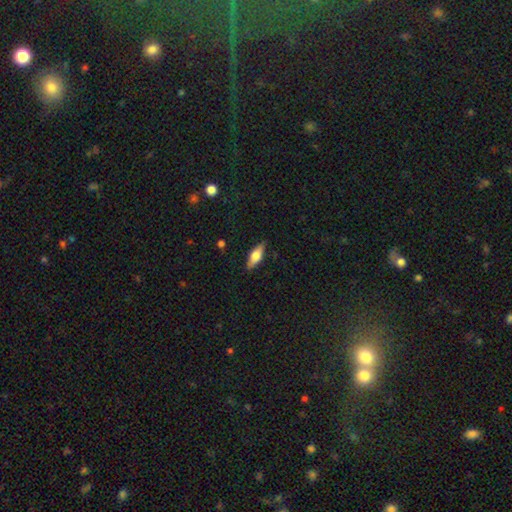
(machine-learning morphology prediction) This appears to be a smooth galaxy with no disk features (61%) that is in between round and cigar-shaped (67%). Merging: none (83%).